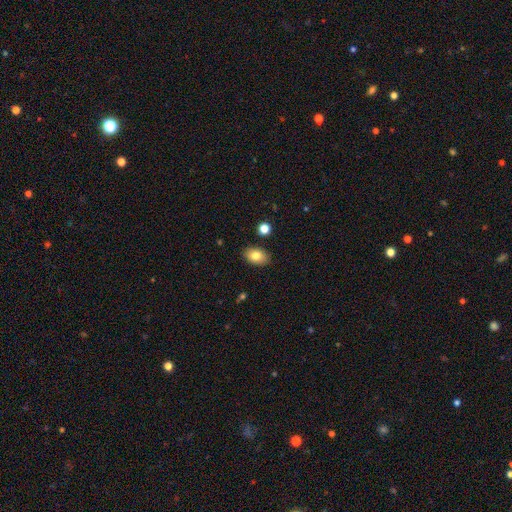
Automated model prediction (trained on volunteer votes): A smooth galaxy with no disk features (82%) that is in between round and cigar-shaped (87%).

Vote fractions:
- Smooth or featured? smooth: 82% / featured or disk: 10% / star or artifact: 8%
- How rounded? in between: 87% / round: 12% / cigar-shaped: 1%
- Merging? none: 86% / minor disturbance: 10% / major disturbance: 2% / merger: 2%